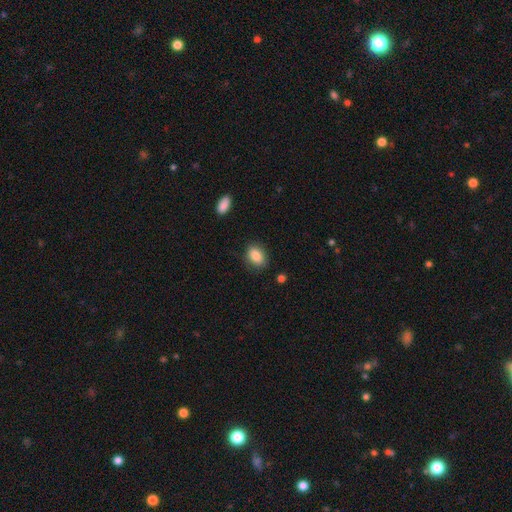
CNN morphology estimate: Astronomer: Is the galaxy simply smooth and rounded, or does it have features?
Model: smooth — 87%.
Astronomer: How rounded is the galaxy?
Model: in between — 78%.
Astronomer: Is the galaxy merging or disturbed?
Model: none — 83%.